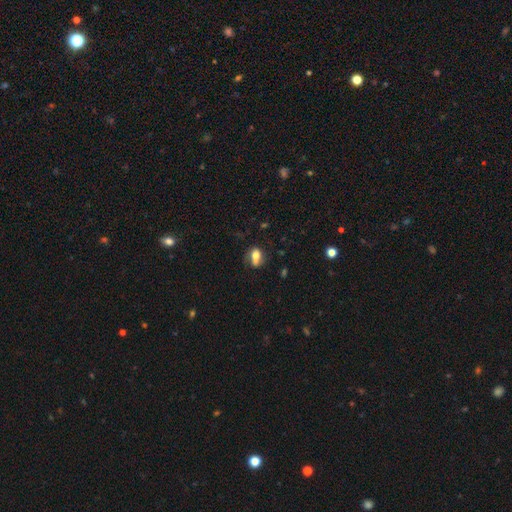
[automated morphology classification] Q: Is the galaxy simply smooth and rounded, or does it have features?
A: smooth — 66%.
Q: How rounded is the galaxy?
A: in between — 70%.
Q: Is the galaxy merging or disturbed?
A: none — 47%.